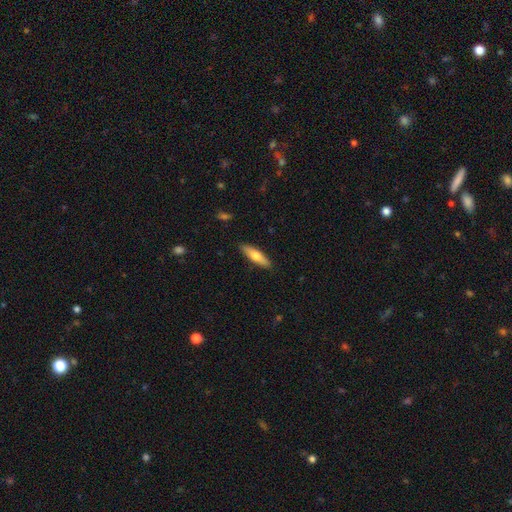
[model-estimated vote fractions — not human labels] This is possibly a smooth galaxy (60%). How rounded: likely cigar-shaped (65%). Merging: clearly none (89%).